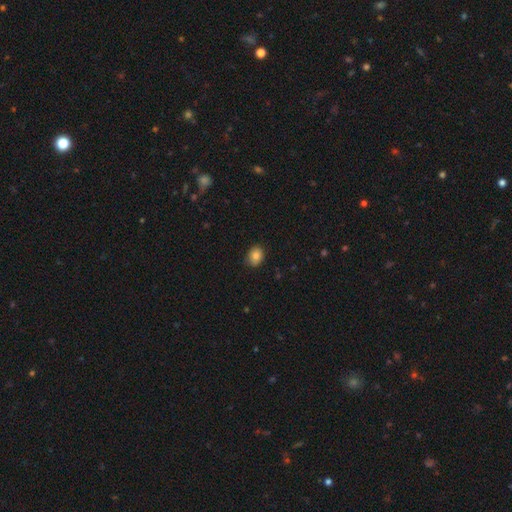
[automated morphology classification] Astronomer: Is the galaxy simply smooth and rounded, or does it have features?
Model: smooth — 83%.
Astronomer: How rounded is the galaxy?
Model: round — 53% (runner-up: in between, 47%).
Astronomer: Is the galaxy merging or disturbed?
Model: none — 83%.